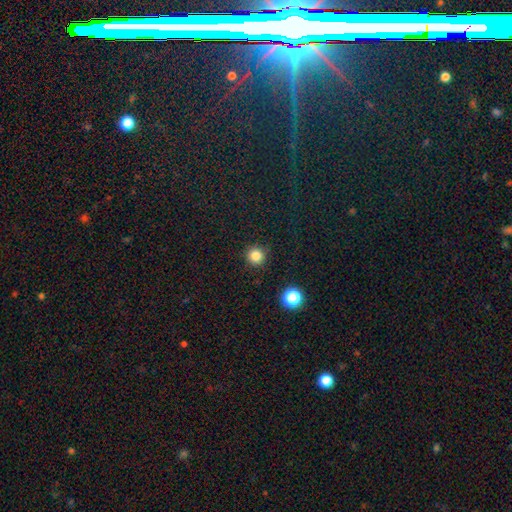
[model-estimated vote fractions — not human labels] A smooth galaxy with no disk features (83%) that is round (95%). Merging: none (91%).